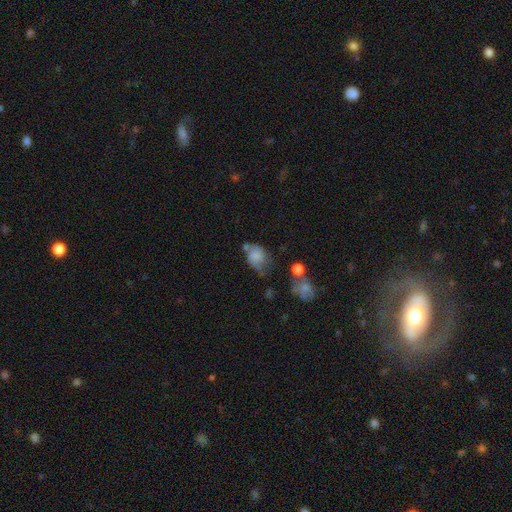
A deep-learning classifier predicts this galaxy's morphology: Overall: smooth (64%; featured or disk 26%). How rounded: in between (58%; round 41%). Merging: none (35%; minor disturbance 30%).